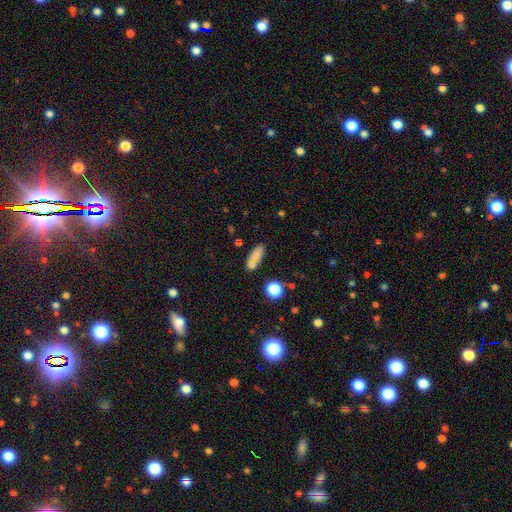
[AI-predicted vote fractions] This appears to be a smooth galaxy with no disk features (78%) that is in between round and cigar-shaped (74%). Merging: none (60%).